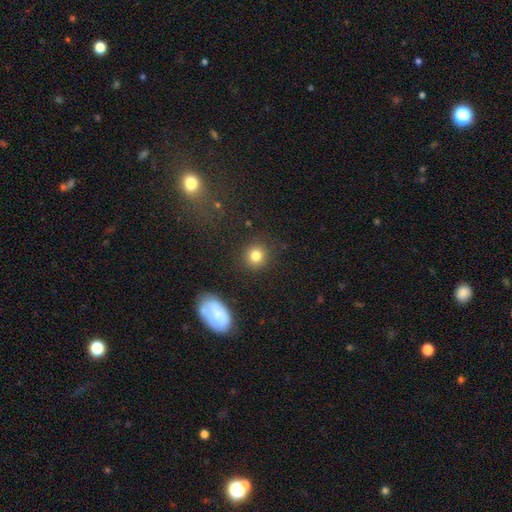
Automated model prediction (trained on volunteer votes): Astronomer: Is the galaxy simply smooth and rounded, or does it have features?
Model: smooth — 82%.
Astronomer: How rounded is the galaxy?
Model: round — 89%.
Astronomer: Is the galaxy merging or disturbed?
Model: none — 88%.